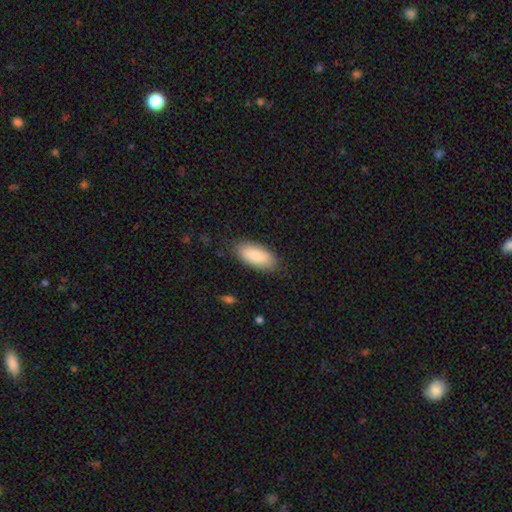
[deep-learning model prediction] smooth 83%, featured or disk 11%, star or artifact 6%. Down the decision tree: how rounded — in between (91%); merging — none (84%).